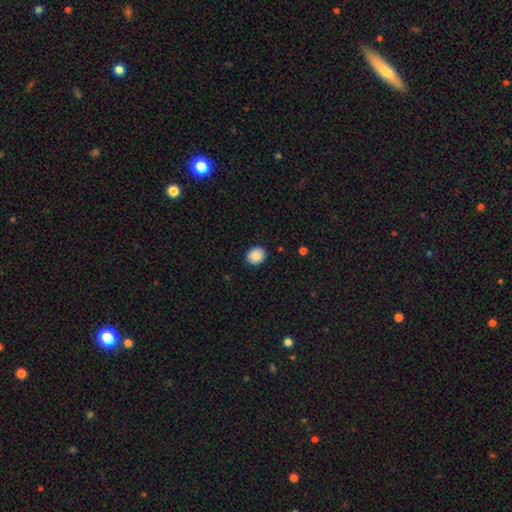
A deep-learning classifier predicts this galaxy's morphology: Smooth or featured: smooth — 89% (star or artifact — 8%)
How rounded: round — 62% (in between — 37%)
Merging: none — 89% (minor disturbance — 8%)